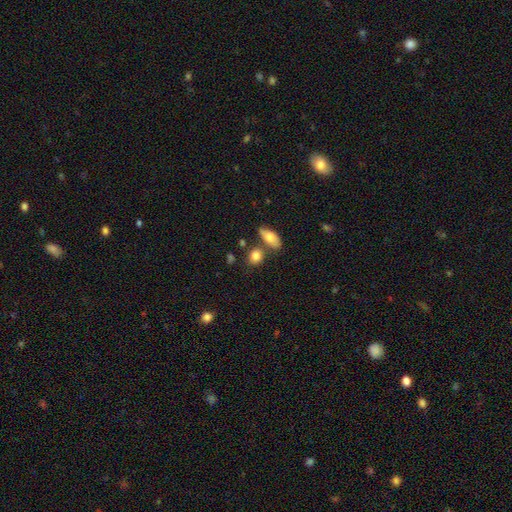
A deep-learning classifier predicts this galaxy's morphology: This appears to be a smooth galaxy with no disk features (83%) that is in between round and cigar-shaped (49%). Merging: none (65%).